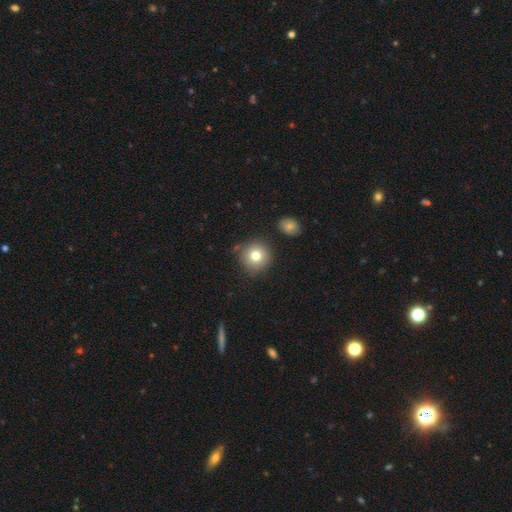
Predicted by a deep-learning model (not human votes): Smooth or featured?
  - smooth: 78% *
  - star or artifact: 11%
  - featured or disk: 11%
How rounded?
  - round: 93% *
  - in between: 6%
  - cigar-shaped: 1%
Merging?
  - none: 82% *
  - minor disturbance: 10%
  - merger: 5%
  - major disturbance: 3%